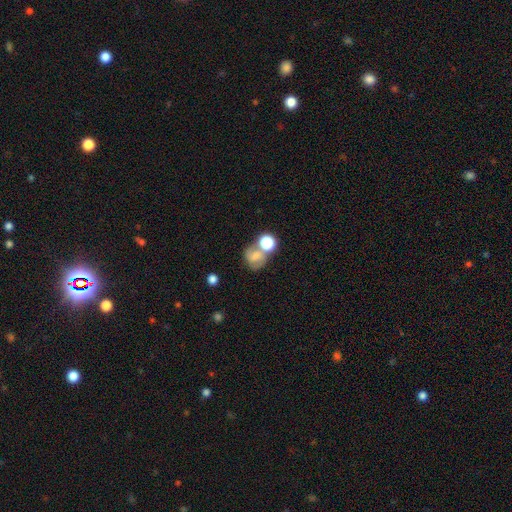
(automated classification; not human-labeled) This appears to be a smooth galaxy with no disk features (54%) that is round (63%). Merging: none (39%).